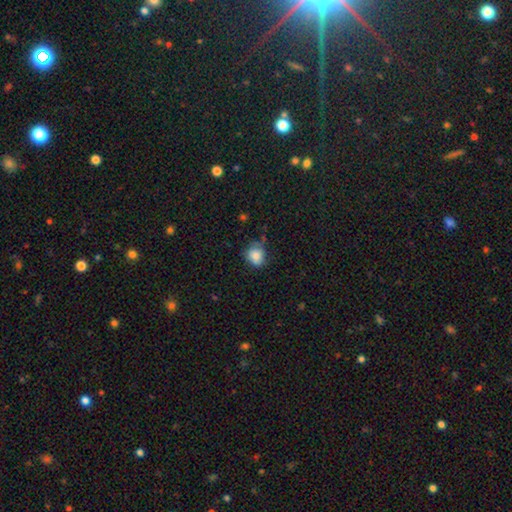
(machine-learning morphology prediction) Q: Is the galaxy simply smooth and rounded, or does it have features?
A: smooth — 83%.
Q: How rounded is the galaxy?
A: round — 68%.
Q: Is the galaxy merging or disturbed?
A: none — 58%.